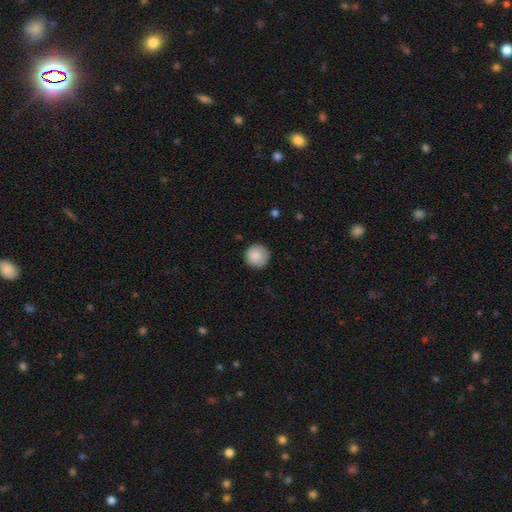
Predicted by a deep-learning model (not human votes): Smooth or featured: smooth — 87% (star or artifact — 7%)
How rounded: round — 95% (in between — 4%)
Merging: none — 86% (minor disturbance — 11%)